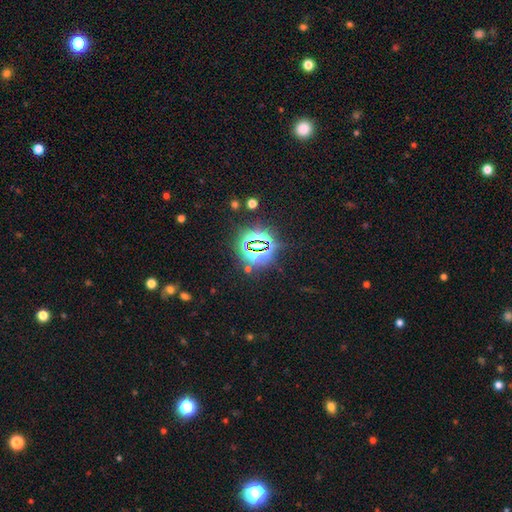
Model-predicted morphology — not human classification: Smooth or featured?
  - star or artifact: 78% *
  - smooth: 15%
  - featured or disk: 8%